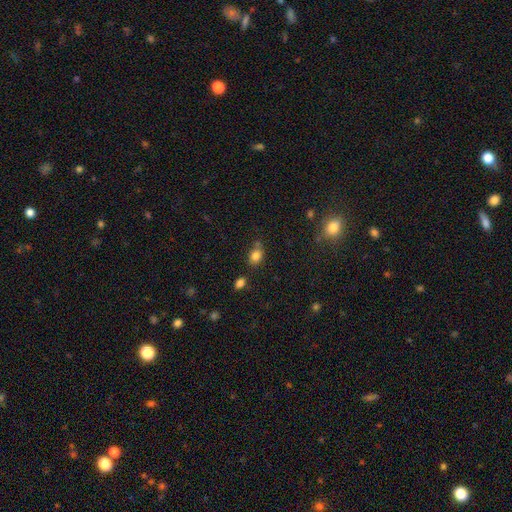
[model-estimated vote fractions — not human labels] The model was most divided on "how rounded": in between: 62%, round: 37%, cigar-shaped: 1%. More confident: smooth or featured — smooth (81%); merging — none (61%).